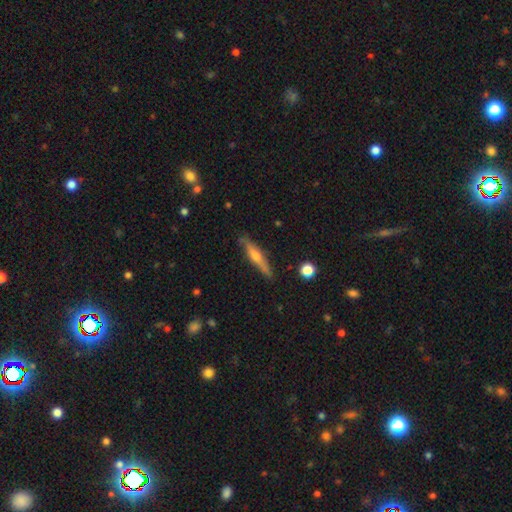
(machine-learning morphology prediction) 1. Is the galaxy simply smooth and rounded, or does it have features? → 59% featured or disk, 35% smooth, 6% star or artifact.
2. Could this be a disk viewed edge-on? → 95% yes, 5% no.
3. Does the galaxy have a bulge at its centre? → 82% rounded, 11% none, 7% boxy.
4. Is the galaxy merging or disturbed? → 85% none, 12% minor disturbance, 2% major disturbance, 2% merger.